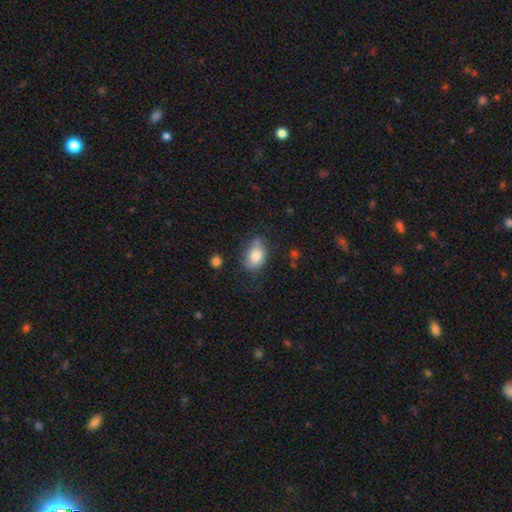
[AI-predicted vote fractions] smooth 82%, featured or disk 10%, star or artifact 7%. Down the decision tree: how rounded — in between (83%); merging — none (56%).